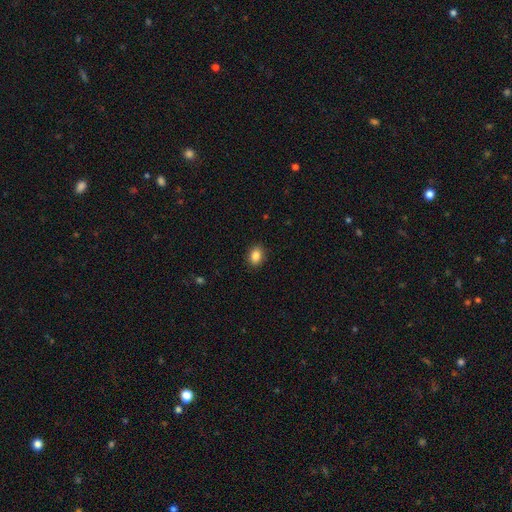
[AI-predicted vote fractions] Smooth or featured?
  - smooth: 86% *
  - star or artifact: 9%
  - featured or disk: 5%
How rounded?
  - in between: 68% *
  - round: 31%
  - cigar-shaped: 1%
Merging?
  - none: 90% *
  - minor disturbance: 8%
  - major disturbance: 2%
  - merger: 1%